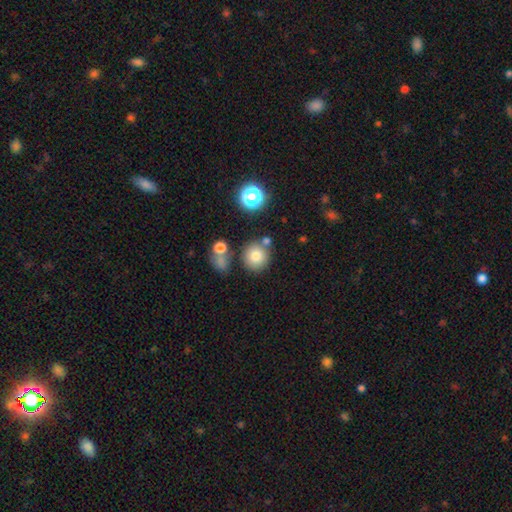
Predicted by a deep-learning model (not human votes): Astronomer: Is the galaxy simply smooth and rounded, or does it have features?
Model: smooth — 77%.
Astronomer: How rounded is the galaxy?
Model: round — 89%.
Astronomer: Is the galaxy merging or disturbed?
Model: none — 73%.